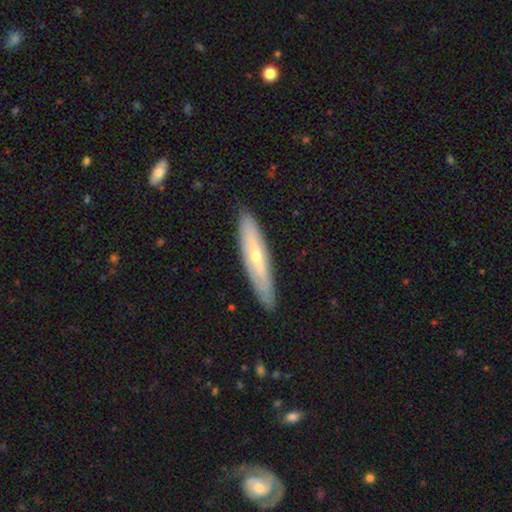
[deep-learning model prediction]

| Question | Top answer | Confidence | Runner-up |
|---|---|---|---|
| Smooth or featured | featured or disk | 50% | smooth (44%) |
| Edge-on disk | yes | 66% | no (34%) |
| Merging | none | 87% | minor disturbance (10%) |